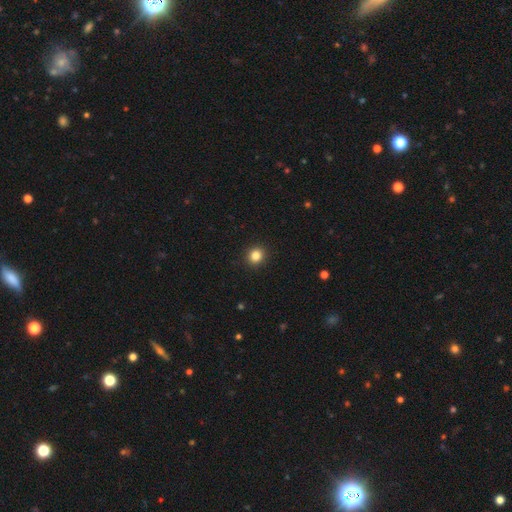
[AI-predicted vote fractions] Smooth or featured? smooth (84%)
How rounded? round (84%)
Merging? none (92%)